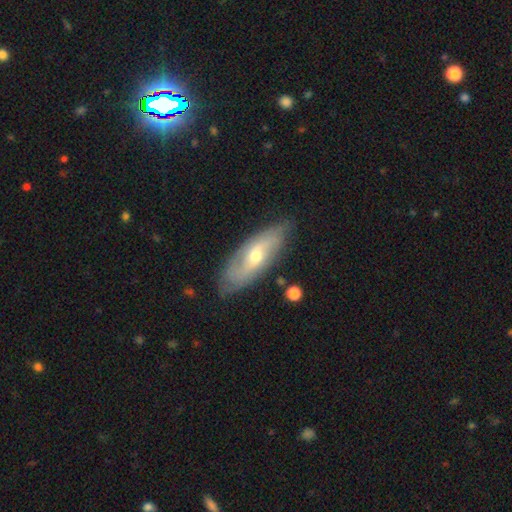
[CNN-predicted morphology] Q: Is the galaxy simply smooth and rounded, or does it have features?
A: featured or disk — 63%.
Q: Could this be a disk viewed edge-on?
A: no — 73%.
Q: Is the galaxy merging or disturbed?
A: none — 82%.